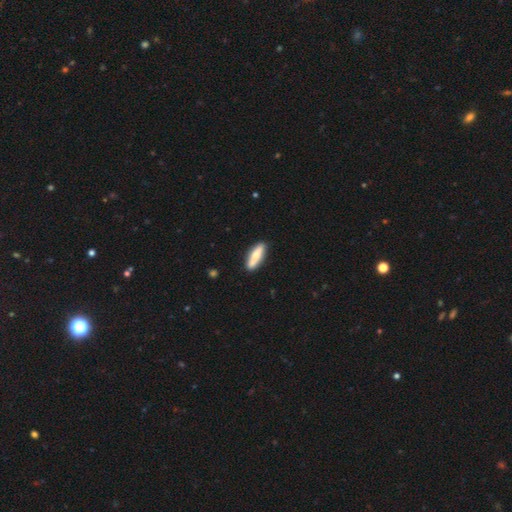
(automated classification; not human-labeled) The model was most divided on "how rounded": cigar-shaped: 63%, in between: 35%, round: 2%. More confident: merging — none (80%); smooth or featured — smooth (66%).